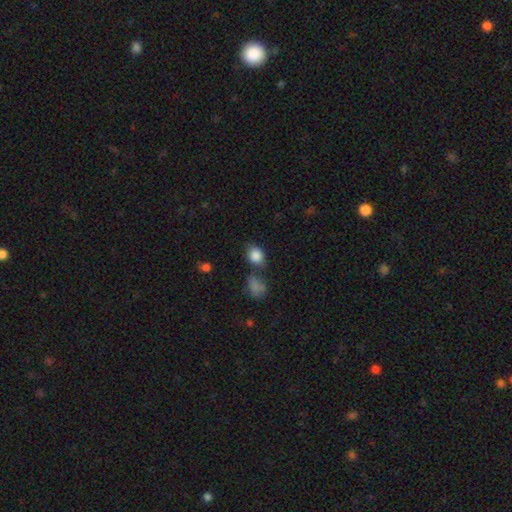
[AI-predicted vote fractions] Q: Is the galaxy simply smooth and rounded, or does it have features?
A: smooth — 85%.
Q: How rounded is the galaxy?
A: round — 51%.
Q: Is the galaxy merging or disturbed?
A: none — 66%.